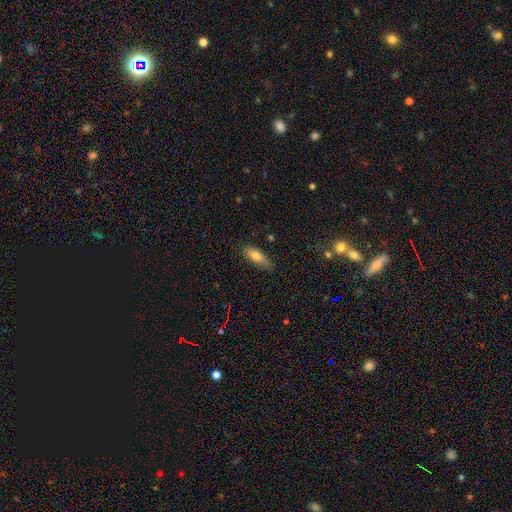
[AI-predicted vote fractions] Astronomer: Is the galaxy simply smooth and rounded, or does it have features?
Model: smooth — 76%.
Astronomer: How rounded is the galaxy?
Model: in between — 71%.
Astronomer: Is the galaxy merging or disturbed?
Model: none — 69%.